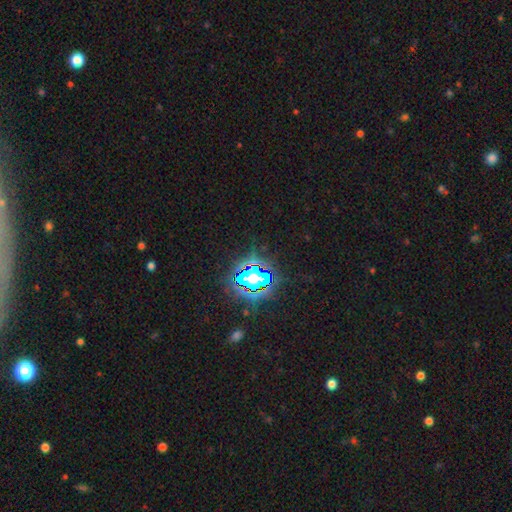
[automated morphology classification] Smooth or featured?
  - star or artifact: 81% *
  - smooth: 12%
  - featured or disk: 7%